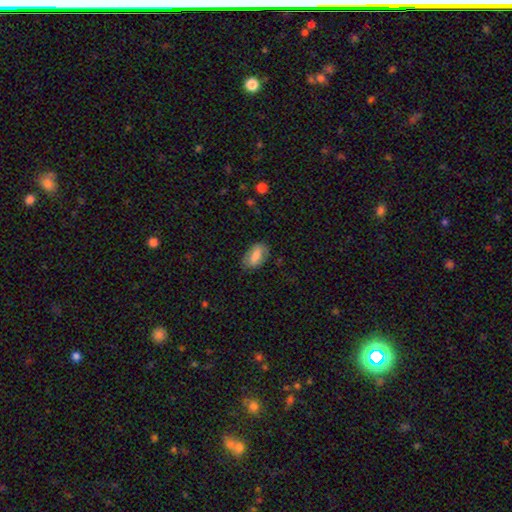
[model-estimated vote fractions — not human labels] Overall: smooth (73%). How rounded: in between (91%). Merging: none (77%).